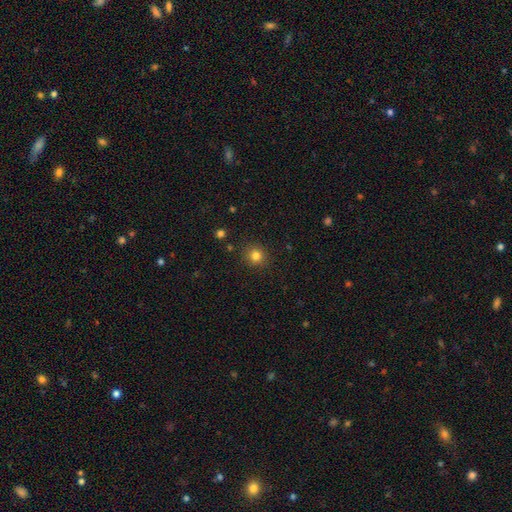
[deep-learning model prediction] Q: Smooth or featured?
A: smooth (81%); runner-up: star or artifact (13%)
Q: How rounded?
A: round (89%); runner-up: in between (10%)
Q: Merging?
A: none (89%); runner-up: minor disturbance (7%)